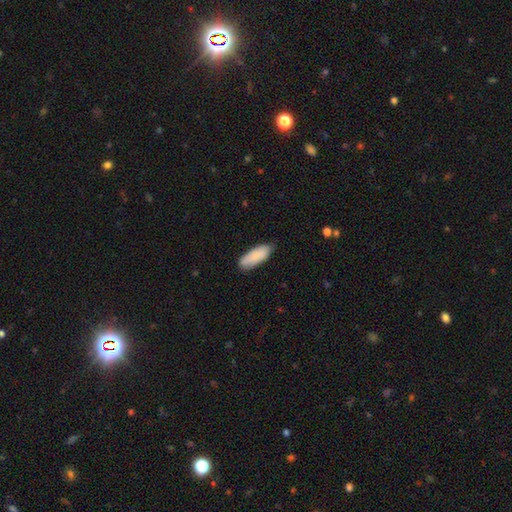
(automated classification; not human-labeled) Smooth or featured: smooth — 85% (featured or disk — 9%)
How rounded: in between — 74% (cigar-shaped — 25%)
Merging: none — 77% (minor disturbance — 19%)